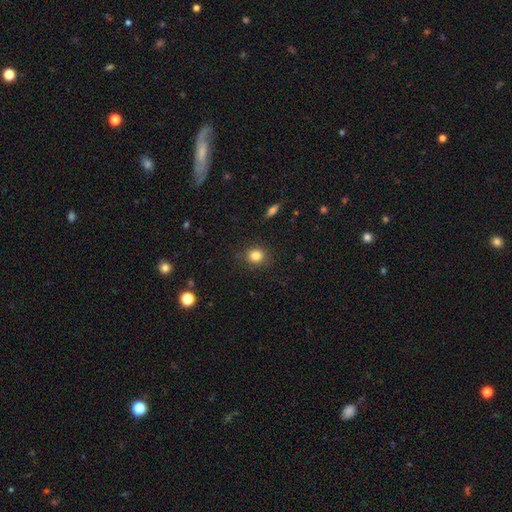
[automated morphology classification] The model was most divided on "how rounded": round: 81%, in between: 18%, cigar-shaped: 1%. More confident: merging — none (88%); smooth or featured — smooth (82%).